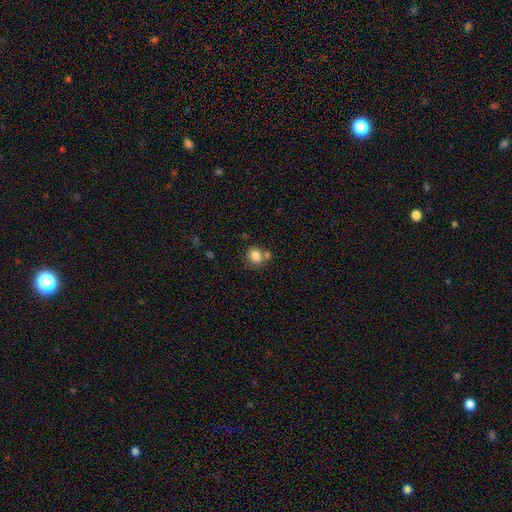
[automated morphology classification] A smooth galaxy with no disk features (83%) that is round (71%).

Vote fractions:
- Smooth or featured? smooth: 83% / star or artifact: 10% / featured or disk: 8%
- How rounded? round: 71% / in between: 28% / cigar-shaped: 1%
- Merging? none: 59% / merger: 24% / minor disturbance: 13% / major disturbance: 5%